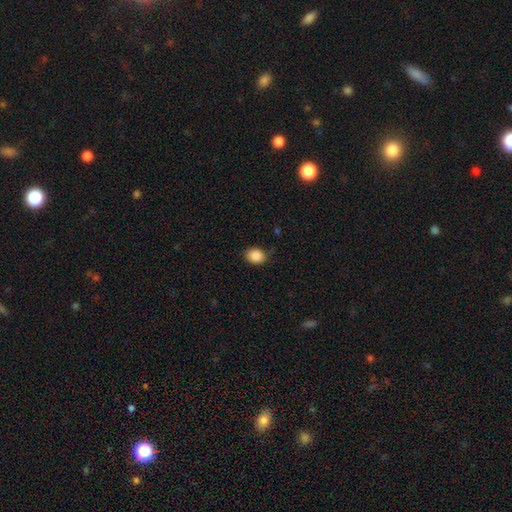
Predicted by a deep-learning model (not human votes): The model was most divided on "how rounded": in between: 58%, round: 41%, cigar-shaped: 1%. More confident: smooth or featured — smooth (88%); merging — none (82%).